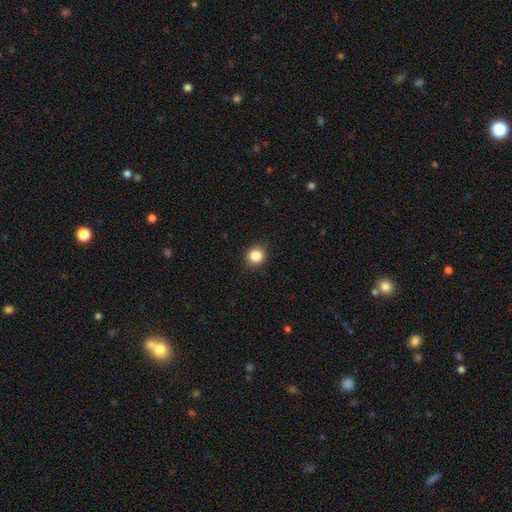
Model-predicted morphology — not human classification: Overall: smooth (85%). How rounded: round (85%). Merging: none (87%).